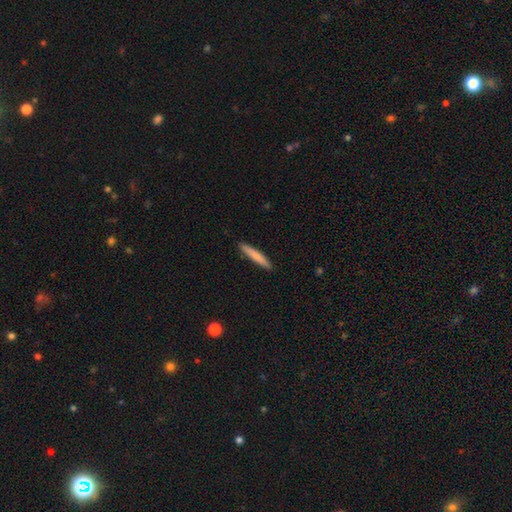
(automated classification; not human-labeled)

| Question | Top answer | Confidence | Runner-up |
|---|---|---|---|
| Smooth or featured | smooth | 80% | featured or disk (15%) |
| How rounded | cigar-shaped | 94% | in between (5%) |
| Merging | none | 91% | minor disturbance (7%) |